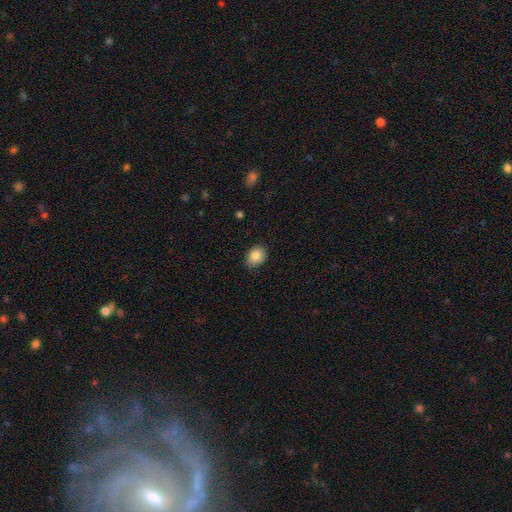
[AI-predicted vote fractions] smooth_or_featured: smooth (p=0.86) [alt: star or artifact p=0.09]
how_rounded: in between (p=0.52) [alt: round p=0.47]
merging: none (p=0.82) [alt: minor disturbance p=0.15]